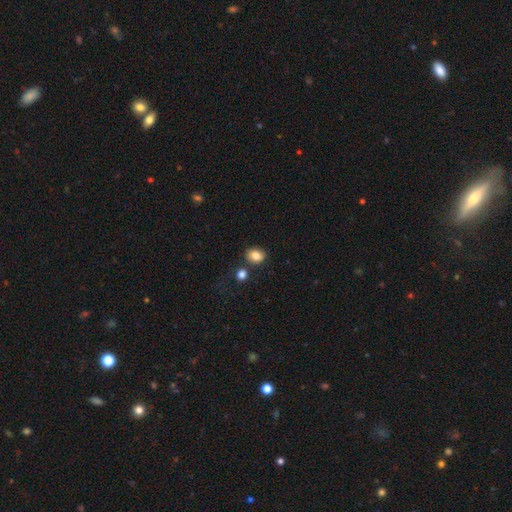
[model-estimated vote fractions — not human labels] This appears to be a smooth galaxy with no disk features (85%) that is in between round and cigar-shaped (51%). Merging: none (77%).